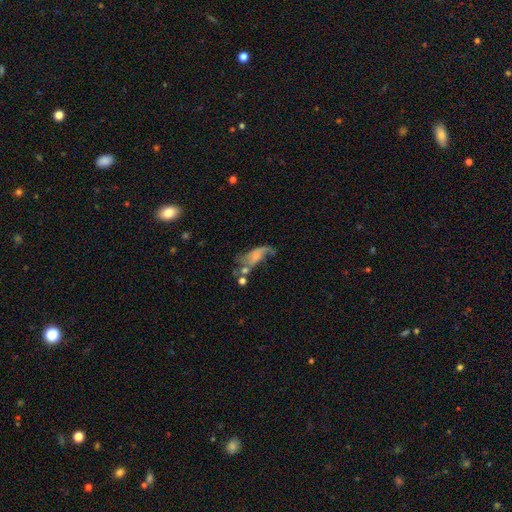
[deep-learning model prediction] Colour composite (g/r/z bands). It shows a featured or disk galaxy (56%) with no bar (65%), spiral arms (66%) and no central bulge (49%). Merging: major disturbance (32%).